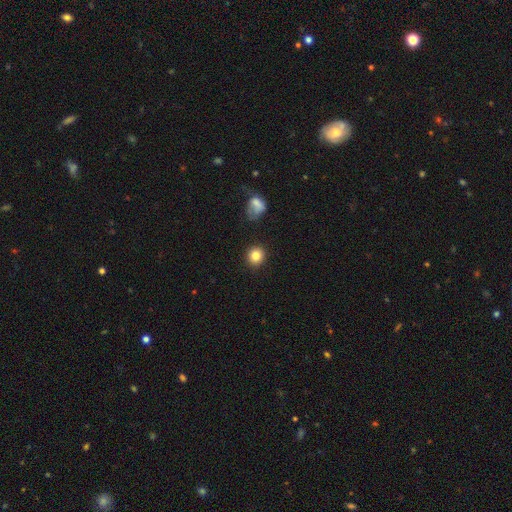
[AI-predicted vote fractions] This is clearly a smooth galaxy (84%). How rounded: clearly round (87%). Merging: clearly none (87%).